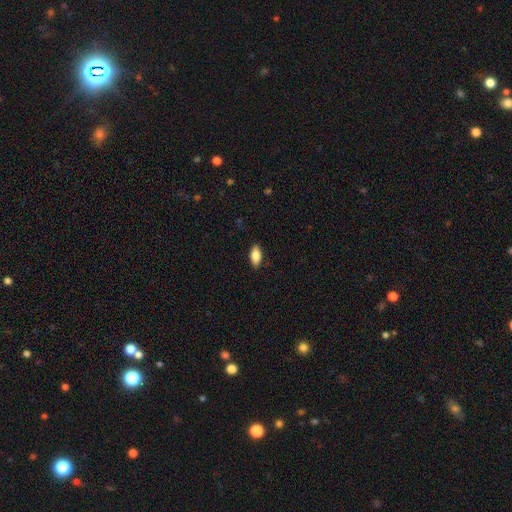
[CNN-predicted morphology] Smooth or featured: smooth — 80% (featured or disk — 14%)
How rounded: in between — 88% (cigar-shaped — 8%)
Merging: none — 87% (minor disturbance — 10%)